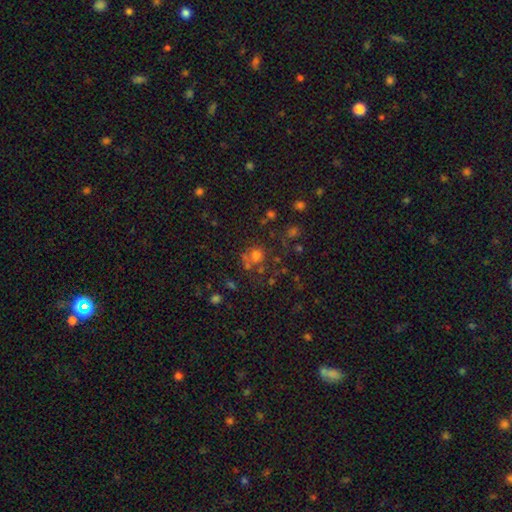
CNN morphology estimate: Overall: smooth (64%). How rounded: round (83%). Merging: none (58%).